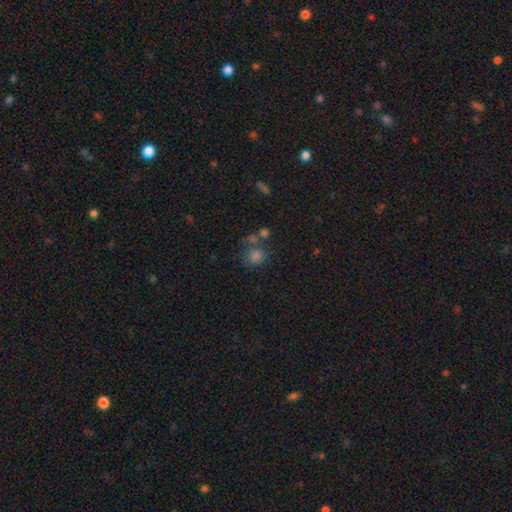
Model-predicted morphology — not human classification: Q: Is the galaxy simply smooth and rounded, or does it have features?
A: smooth — 70%.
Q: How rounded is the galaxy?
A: round — 84%.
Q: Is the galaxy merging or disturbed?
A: none — 61%.